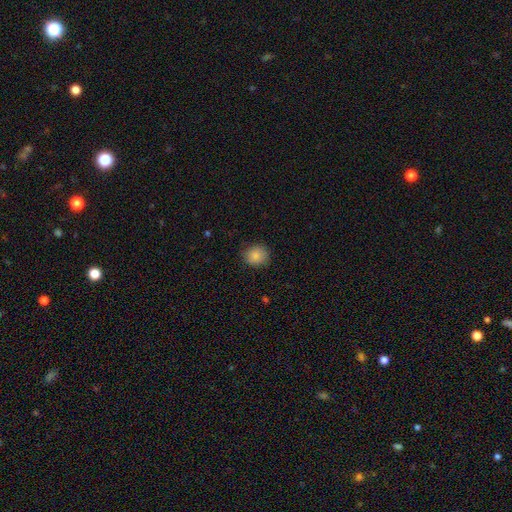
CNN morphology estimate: A smooth galaxy with no disk features (85%) that is round (81%).

Vote fractions:
- Smooth or featured? smooth: 85% / star or artifact: 9% / featured or disk: 6%
- How rounded? round: 81% / in between: 18% / cigar-shaped: 1%
- Merging? none: 85% / minor disturbance: 12% / major disturbance: 3% / merger: 1%